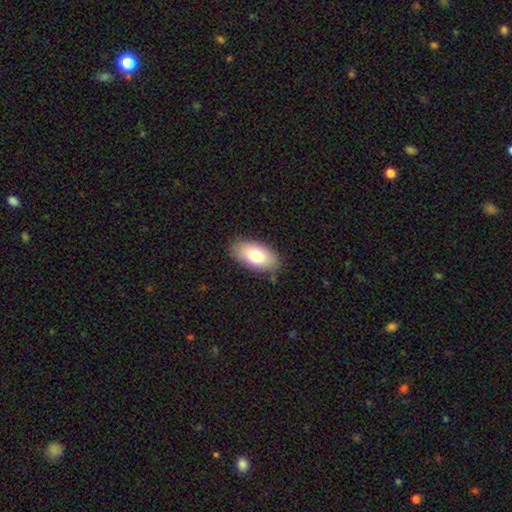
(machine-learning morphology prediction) Smooth or featured? smooth (76%)
How rounded? in between (93%)
Merging? none (84%)